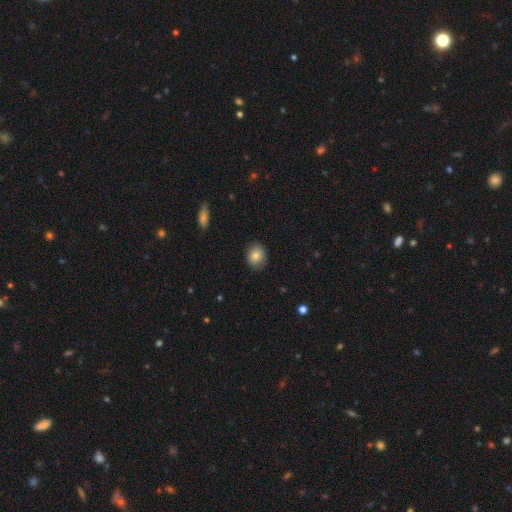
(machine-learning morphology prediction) Smooth or featured? Predicted: smooth (p=0.82). How rounded? Predicted: round (p=0.60). Merging? Predicted: none (p=0.82).